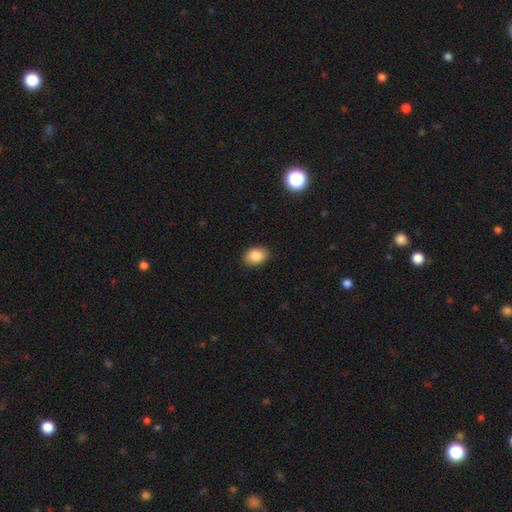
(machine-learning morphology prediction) smooth_or_featured: smooth (p=0.87) [alt: star or artifact p=0.08]
how_rounded: in between (p=0.78) [alt: round p=0.21]
merging: none (p=0.88) [alt: minor disturbance p=0.09]